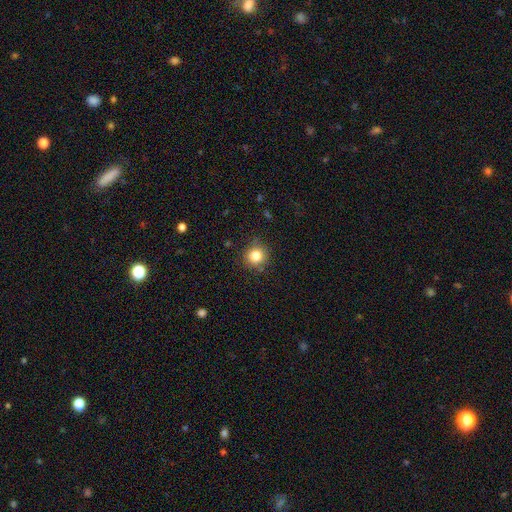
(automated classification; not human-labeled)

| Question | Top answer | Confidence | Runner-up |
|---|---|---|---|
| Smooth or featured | smooth | 83% | star or artifact (11%) |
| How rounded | round | 90% | in between (9%) |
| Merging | none | 86% | minor disturbance (10%) |